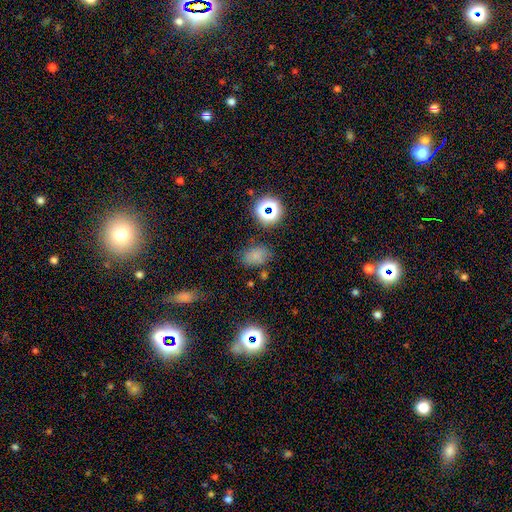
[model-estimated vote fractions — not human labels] Q: Smooth or featured?
A: smooth (71%); runner-up: star or artifact (21%)
Q: How rounded?
A: in between (81%); runner-up: round (17%)
Q: Merging?
A: none (73%); runner-up: minor disturbance (16%)